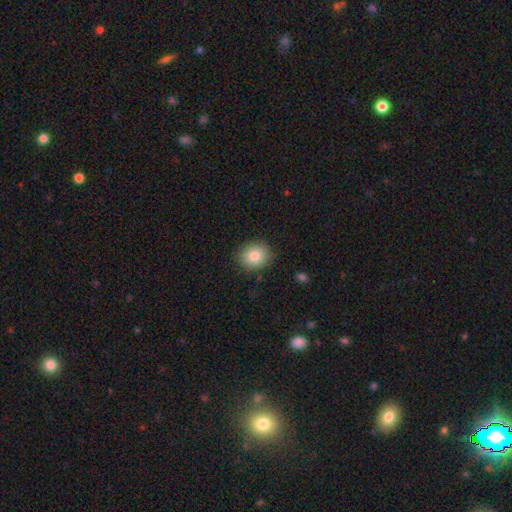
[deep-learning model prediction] Smooth or featured? Predicted: smooth (p=0.85). How rounded? Predicted: round (p=0.63). Merging? Predicted: none (p=0.86).